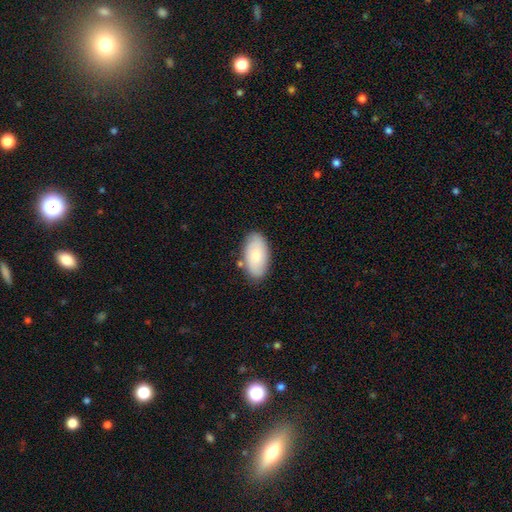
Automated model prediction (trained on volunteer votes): A smooth galaxy with no disk features (77%) that is in between round and cigar-shaped (95%). Merging: none (81%).